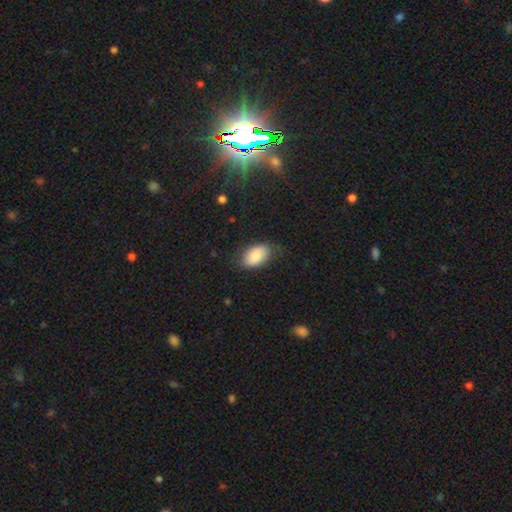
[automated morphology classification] The model was most divided on "merging": none: 72%, minor disturbance: 21%, major disturbance: 6%, merger: 1%. More confident: how rounded — in between (92%); smooth or featured — smooth (85%).